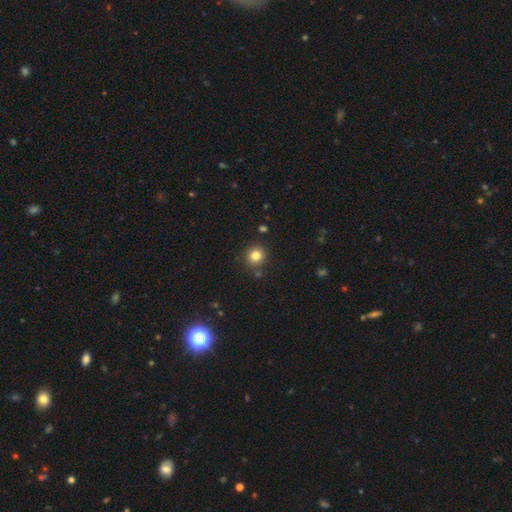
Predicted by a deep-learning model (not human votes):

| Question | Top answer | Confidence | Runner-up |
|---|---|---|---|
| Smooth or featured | smooth | 81% | star or artifact (13%) |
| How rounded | round | 93% | in between (7%) |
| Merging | none | 87% | minor disturbance (7%) |